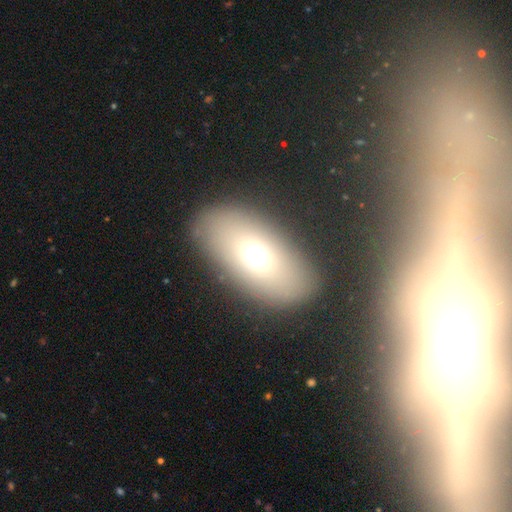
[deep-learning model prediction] A smooth galaxy with no disk features (67%) that is in between round and cigar-shaped (86%). Merging: none (81%).